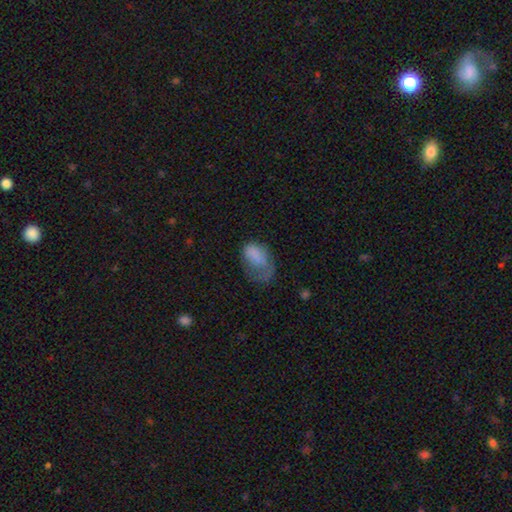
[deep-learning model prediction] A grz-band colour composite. It shows a smooth galaxy with no disk features (72%) that is in between round and cigar-shaped (87%). Merging: major disturbance (48%).